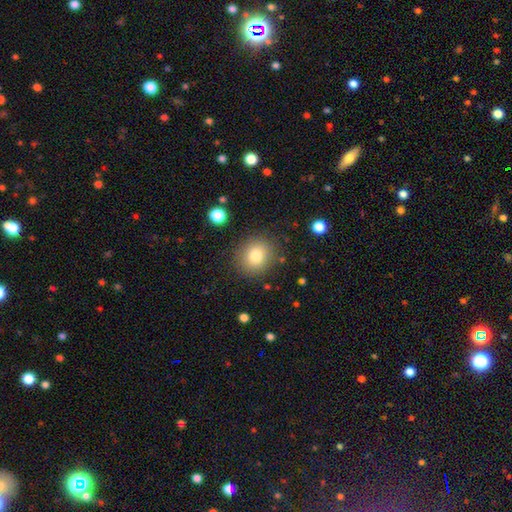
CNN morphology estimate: smooth-or-featured: smooth: 80% | star or artifact: 11% | featured or disk: 9%
  how-rounded: round: 79% | in between: 20% | cigar-shaped: 1%
  merging: none: 85% | minor disturbance: 9% | major disturbance: 4% | merger: 2%